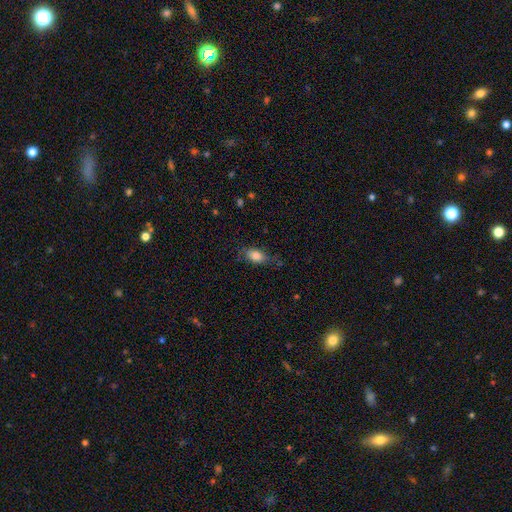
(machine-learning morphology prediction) Smooth or featured: smooth — 81% (featured or disk — 11%)
How rounded: in between — 86% (round — 7%)
Merging: none — 67% (minor disturbance — 24%)